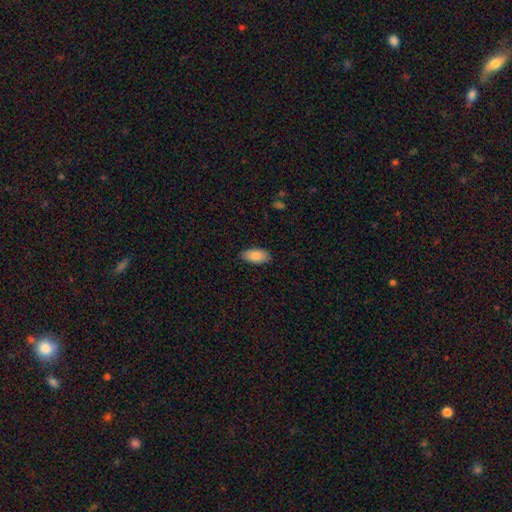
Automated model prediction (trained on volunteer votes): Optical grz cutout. It shows a smooth galaxy with no disk features (86%) that is in between round and cigar-shaped (93%). Merging: none (86%).